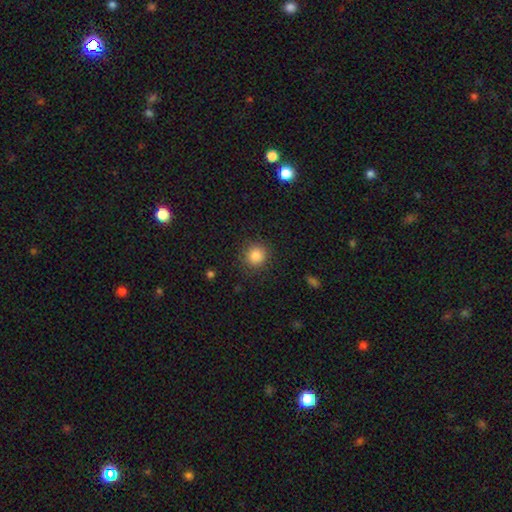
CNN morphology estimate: smooth 83%, star or artifact 11%, featured or disk 6%. Down the decision tree: how rounded — round (92%); merging — none (88%).